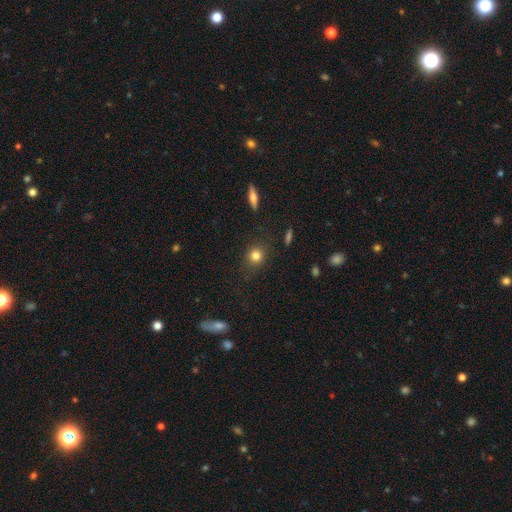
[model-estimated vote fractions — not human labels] The model was most divided on "how rounded": round: 77%, in between: 21%, cigar-shaped: 2%. More confident: smooth or featured — smooth (81%); merging — none (81%).